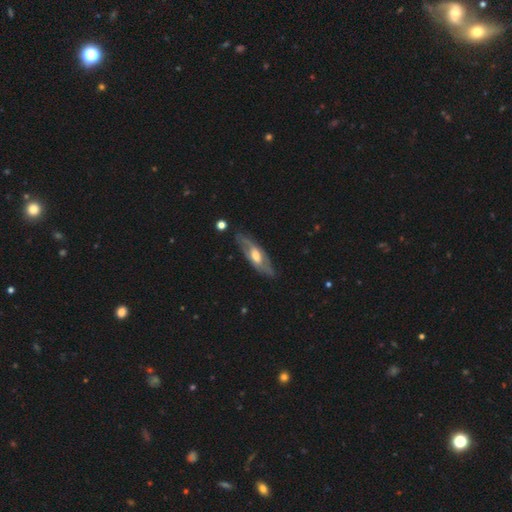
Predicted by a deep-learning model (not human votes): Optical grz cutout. It shows a featured or disk galaxy (68%). Merging: none (77%).